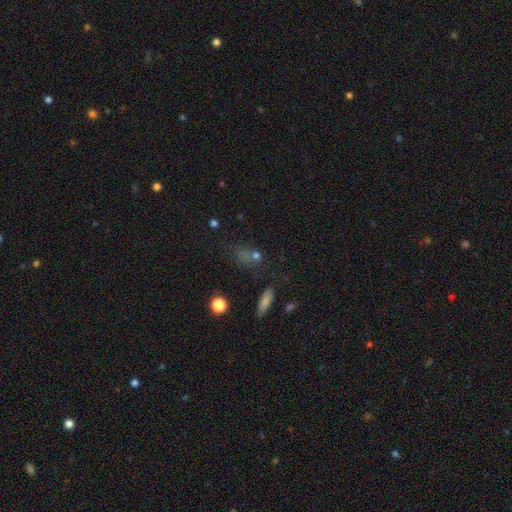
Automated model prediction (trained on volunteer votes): A smooth galaxy with no disk features (50%).

Vote fractions:
- Smooth or featured? smooth: 50% / star or artifact: 35% / featured or disk: 16%
- Merging? none: 59% / minor disturbance: 18% / major disturbance: 13% / merger: 10%